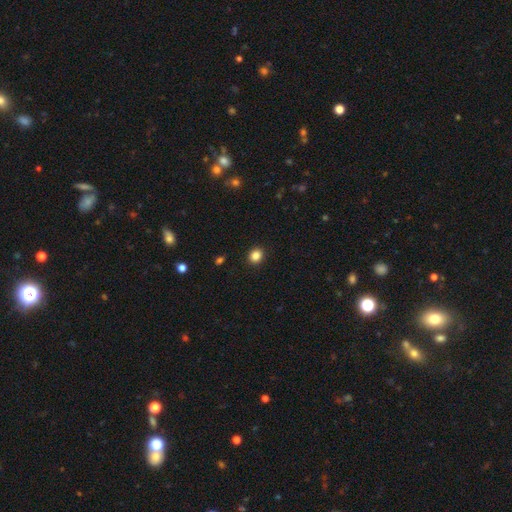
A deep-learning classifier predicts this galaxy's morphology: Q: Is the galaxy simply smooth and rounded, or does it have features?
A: smooth — 86%.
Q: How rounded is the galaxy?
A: round — 74%.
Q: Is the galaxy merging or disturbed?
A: none — 92%.